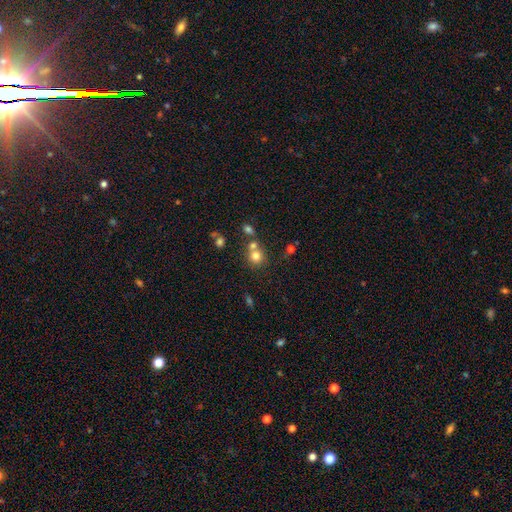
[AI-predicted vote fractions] smooth-or-featured: smooth: 73% | star or artifact: 15% | featured or disk: 12%
  how-rounded: round: 85% | in between: 14% | cigar-shaped: 1%
  merging: none: 51% | merger: 36% | minor disturbance: 9% | major disturbance: 4%